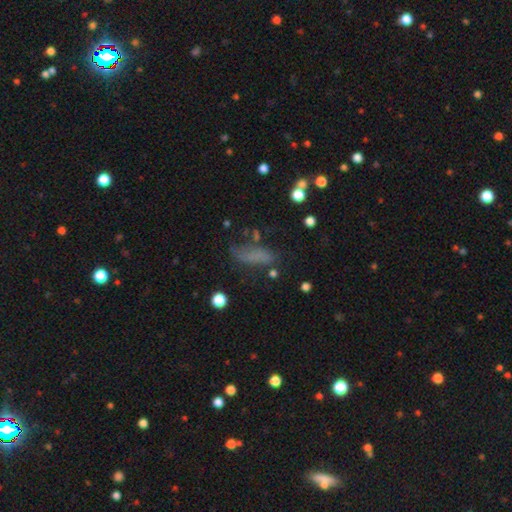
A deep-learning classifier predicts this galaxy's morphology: Smooth or featured: smooth — 64% (featured or disk — 19%)
How rounded: in between — 52% (cigar-shaped — 44%)
Merging: none — 51% (minor disturbance — 25%)